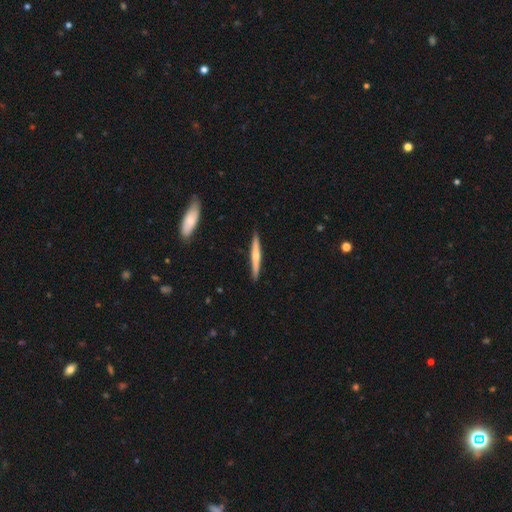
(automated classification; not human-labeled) This appears to be a featured or disk galaxy (48%). Merging: none (91%).